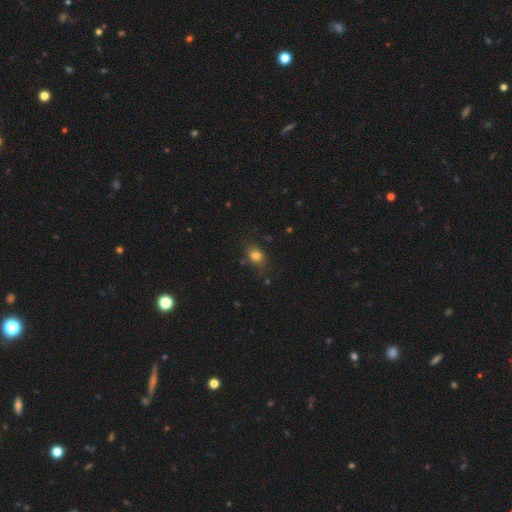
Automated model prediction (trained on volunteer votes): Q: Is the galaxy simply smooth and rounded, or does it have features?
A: smooth — 79%.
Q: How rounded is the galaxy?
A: in between — 55%.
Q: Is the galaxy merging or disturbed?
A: none — 72%.